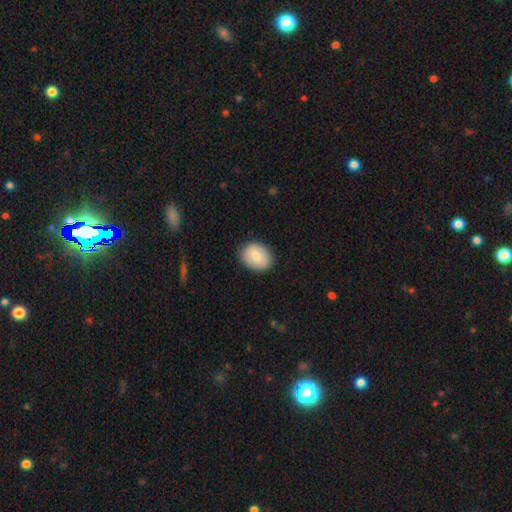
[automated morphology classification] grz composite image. It shows a smooth galaxy with no disk features (79%) that is in between round and cigar-shaped (58%). Merging: none (86%).